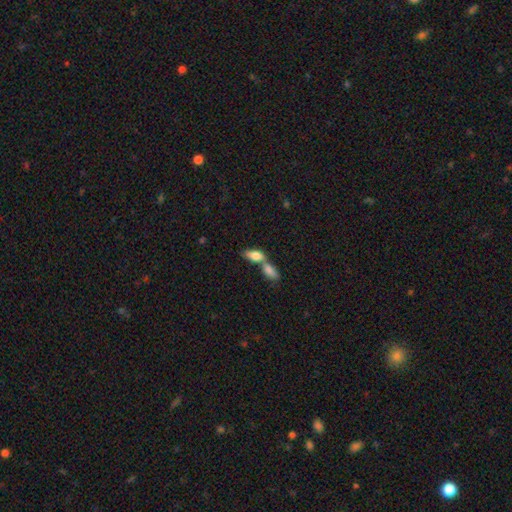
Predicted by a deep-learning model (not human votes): A smooth galaxy with no disk features (80%) that is in between round and cigar-shaped (83%). Merging: merger (67%).